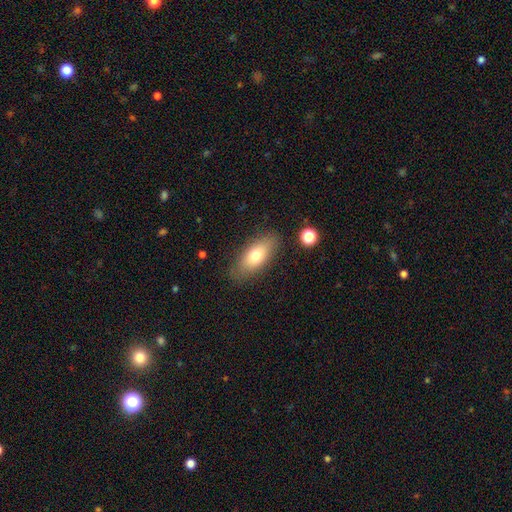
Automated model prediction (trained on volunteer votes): A smooth galaxy with no disk features (72%) that is in between round and cigar-shaped (81%).

Vote fractions:
- Smooth or featured? smooth: 72% / featured or disk: 20% / star or artifact: 8%
- How rounded? in between: 81% / cigar-shaped: 15% / round: 4%
- Merging? none: 82% / minor disturbance: 12% / major disturbance: 4% / merger: 2%